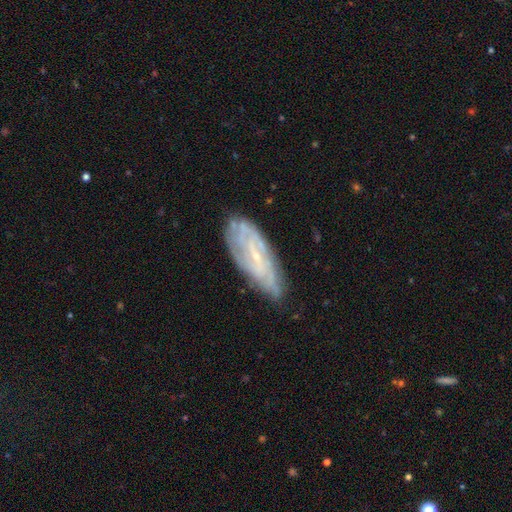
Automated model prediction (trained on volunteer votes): smooth_or_featured: featured or disk (p=0.72) [alt: smooth p=0.20]
disk_edge_on: no (p=0.85) [alt: yes p=0.15]
bar: no (p=0.49) [alt: weak p=0.38]
has_spiral_arms: yes (p=0.81) [alt: no p=0.19]
bulge_size: small (p=0.78) [alt: moderate p=0.14]
merging: none (p=0.69) [alt: minor disturbance p=0.23]